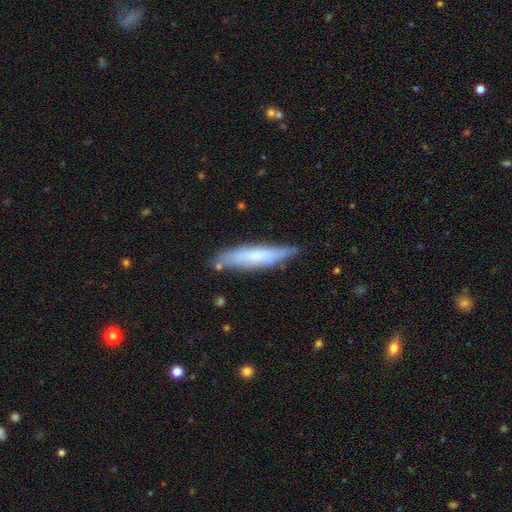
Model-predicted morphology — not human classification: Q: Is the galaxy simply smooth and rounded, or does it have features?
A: smooth — 59%.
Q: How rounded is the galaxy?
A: cigar-shaped — 80%.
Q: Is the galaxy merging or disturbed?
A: none — 74%.